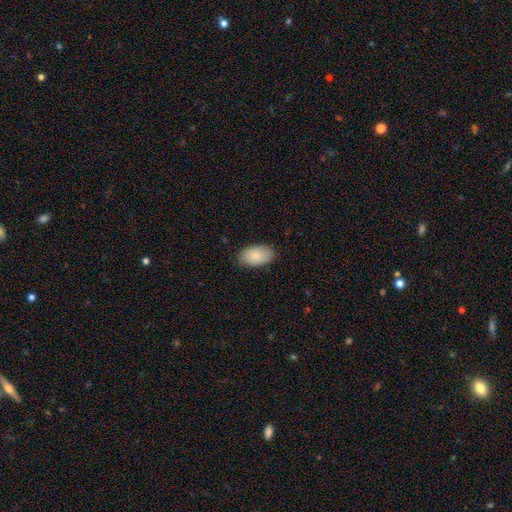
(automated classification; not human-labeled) Overall: smooth (85%). How rounded: in between (95%). Merging: none (83%).